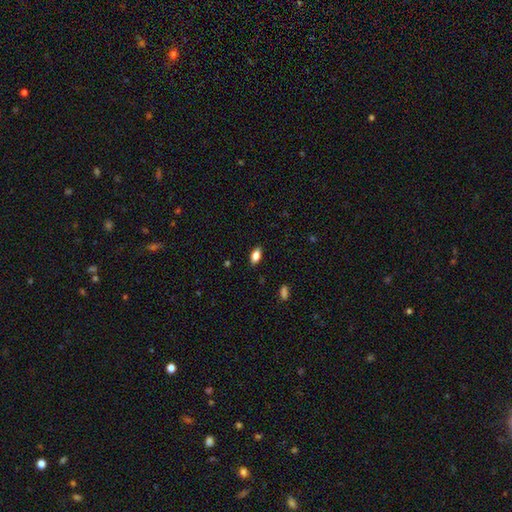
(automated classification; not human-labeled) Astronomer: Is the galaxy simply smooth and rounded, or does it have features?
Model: smooth — 79%.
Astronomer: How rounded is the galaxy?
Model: in between — 87%.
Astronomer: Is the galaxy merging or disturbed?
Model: none — 87%.